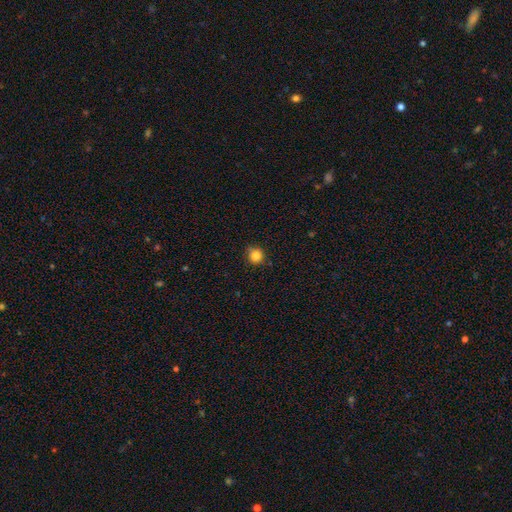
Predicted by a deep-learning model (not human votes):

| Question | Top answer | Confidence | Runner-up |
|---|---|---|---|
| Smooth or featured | smooth | 85% | star or artifact (11%) |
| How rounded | round | 90% | in between (9%) |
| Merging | none | 82% | minor disturbance (14%) |